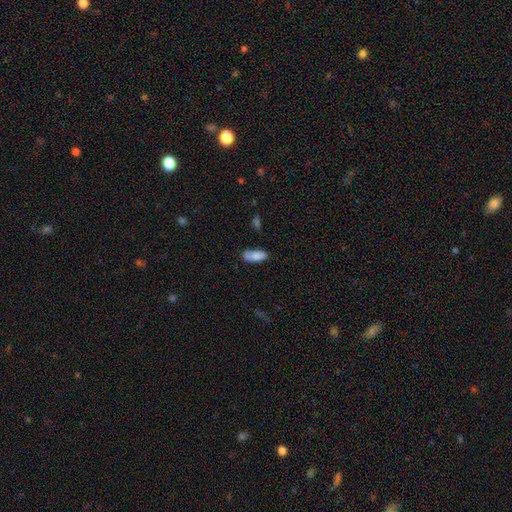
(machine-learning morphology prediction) A smooth galaxy with no disk features (83%) that is in between round and cigar-shaped (78%). Merging: none (62%).